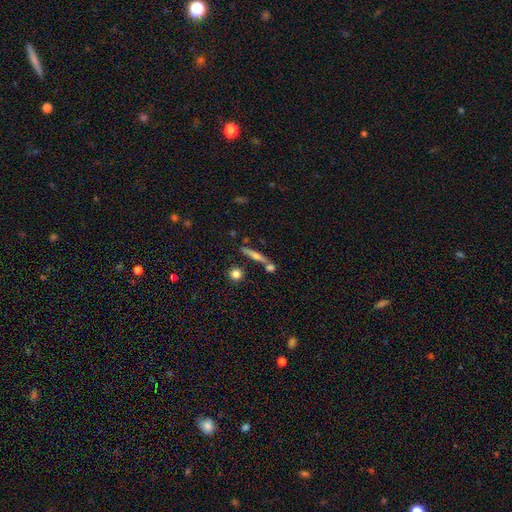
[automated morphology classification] Smooth or featured? featured or disk (53%)
Edge-on disk? yes (93%)
Merging? none (74%)